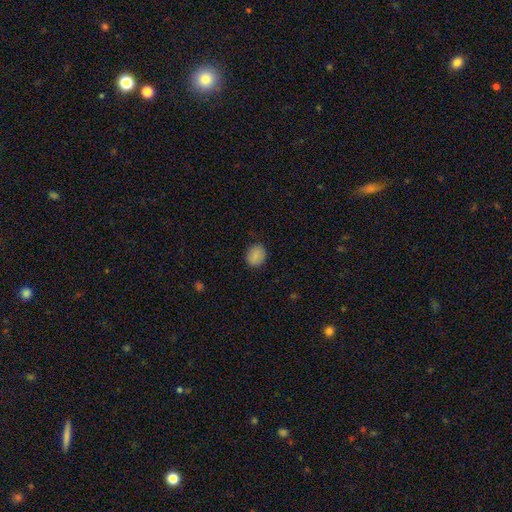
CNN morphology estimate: Smooth or featured?
  - smooth: 87% *
  - star or artifact: 9%
  - featured or disk: 5%
How rounded?
  - round: 59% *
  - in between: 40%
  - cigar-shaped: 1%
Merging?
  - none: 85% *
  - minor disturbance: 11%
  - major disturbance: 3%
  - merger: 1%